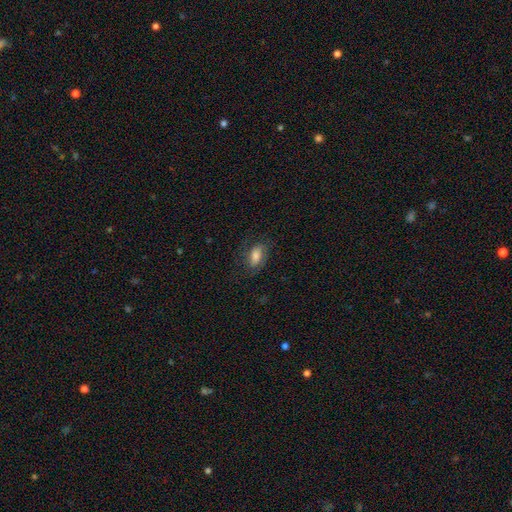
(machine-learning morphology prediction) Smooth or featured?
  - smooth: 59% *
  - featured or disk: 32%
  - star or artifact: 9%
How rounded?
  - in between: 87% *
  - round: 8%
  - cigar-shaped: 6%
Merging?
  - none: 69% *
  - minor disturbance: 19%
  - major disturbance: 11%
  - merger: 1%